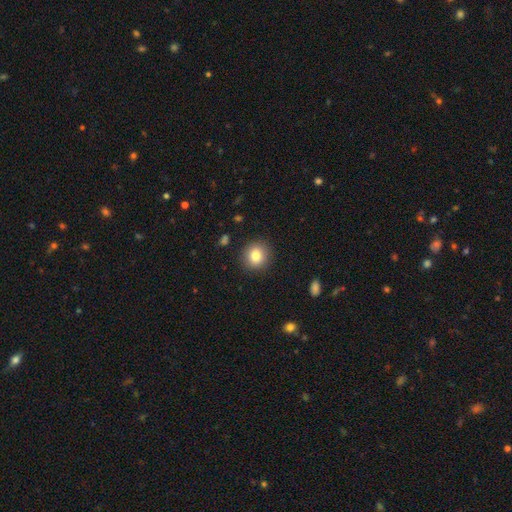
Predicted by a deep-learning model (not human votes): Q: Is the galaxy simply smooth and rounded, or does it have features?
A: smooth — 82%.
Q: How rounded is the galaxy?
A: round — 88%.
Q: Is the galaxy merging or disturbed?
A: none — 90%.